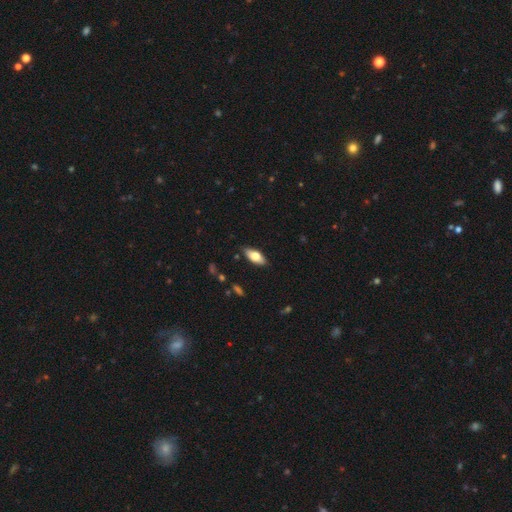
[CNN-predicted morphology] A smooth galaxy with no disk features (70%) that is in between round and cigar-shaped (84%).

Vote fractions:
- Smooth or featured? smooth: 70% / featured or disk: 24% / star or artifact: 6%
- How rounded? in between: 84% / cigar-shaped: 14% / round: 2%
- Merging? none: 84% / minor disturbance: 12% / major disturbance: 2% / merger: 1%